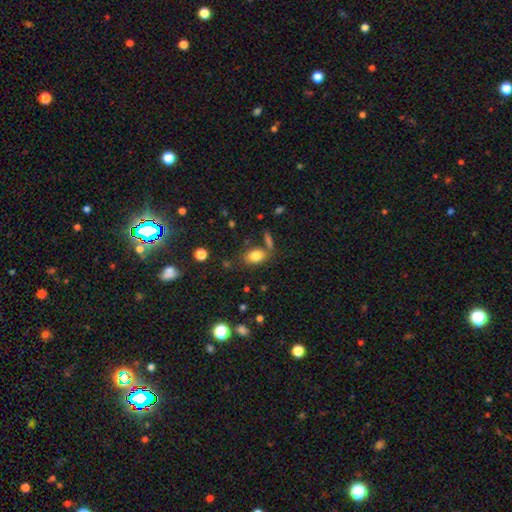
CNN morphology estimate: smooth 82%, star or artifact 10%, featured or disk 9%. Down the decision tree: how rounded — in between (81%); merging — none (67%).